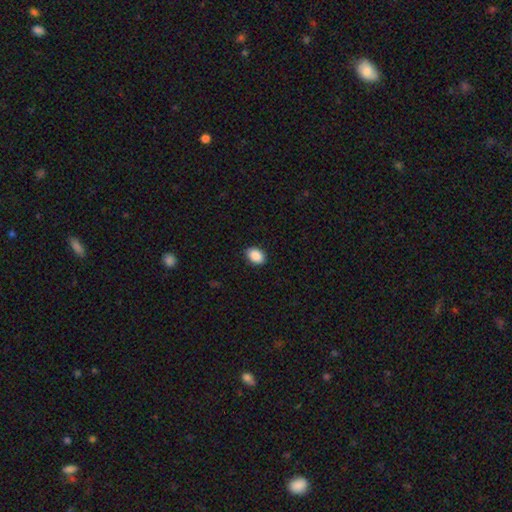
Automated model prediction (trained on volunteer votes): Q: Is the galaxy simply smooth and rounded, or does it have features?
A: smooth — 90%.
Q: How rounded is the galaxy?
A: in between — 77%.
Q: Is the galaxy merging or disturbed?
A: none — 89%.